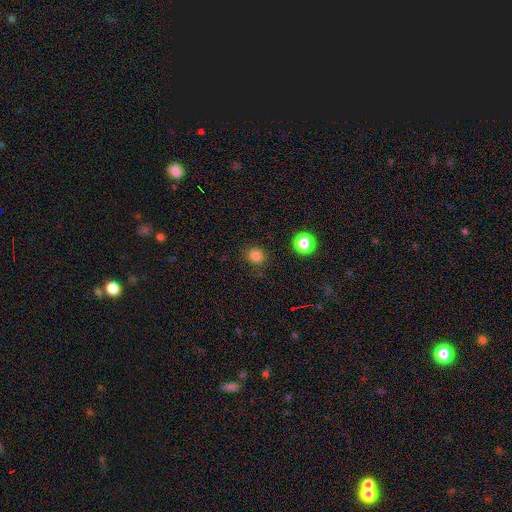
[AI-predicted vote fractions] smooth 81%, star or artifact 15%, featured or disk 5%. Down the decision tree: how rounded — round (88%); merging — none (87%).